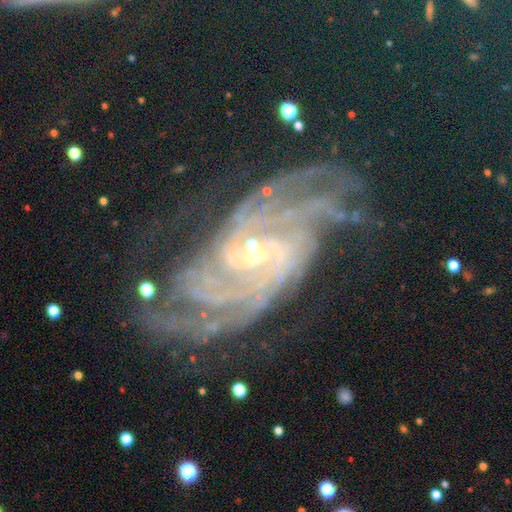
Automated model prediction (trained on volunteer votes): smooth_or_featured: featured or disk (p=0.70) [alt: star or artifact p=0.21]
disk_edge_on: no (p=0.95) [alt: yes p=0.05]
bar: no (p=0.45) [alt: weak p=0.38]
has_spiral_arms: yes (p=0.97) [alt: no p=0.03]
spiral_winding: tight (p=0.55) [alt: medium p=0.33]
spiral_arm_count: can't tell (p=0.22) [alt: 2 p=0.21]
bulge_size: small (p=0.75) [alt: moderate p=0.19]
merging: none (p=0.71) [alt: minor disturbance p=0.16]